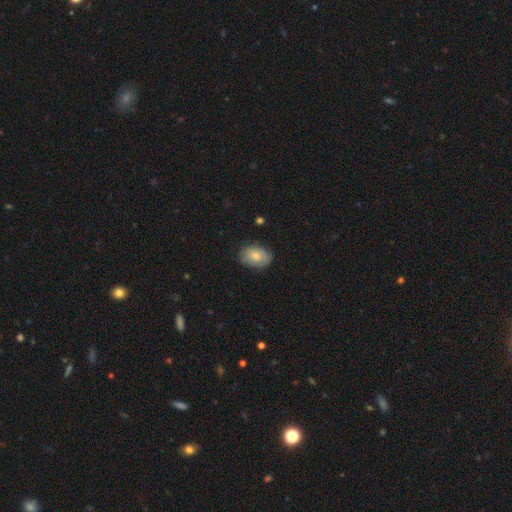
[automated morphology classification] Smooth or featured? Predicted: smooth (p=0.74). How rounded? Predicted: in between (p=0.83). Merging? Predicted: none (p=0.79).